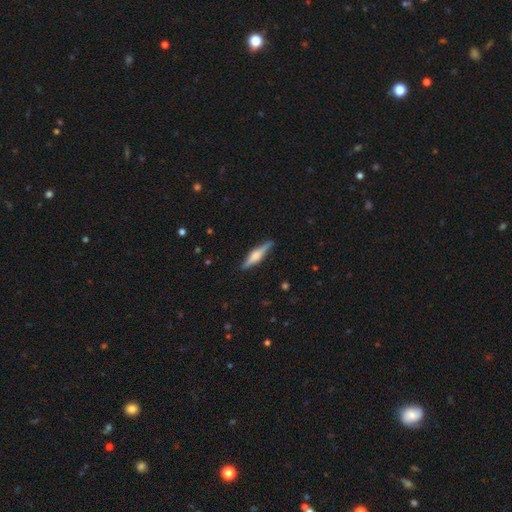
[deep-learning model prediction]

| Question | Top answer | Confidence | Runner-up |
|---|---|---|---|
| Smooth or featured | featured or disk | 61% | smooth (33%) |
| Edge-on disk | yes | 97% | no (3%) |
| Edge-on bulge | rounded | 71% | boxy (22%) |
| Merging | none | 88% | minor disturbance (9%) |